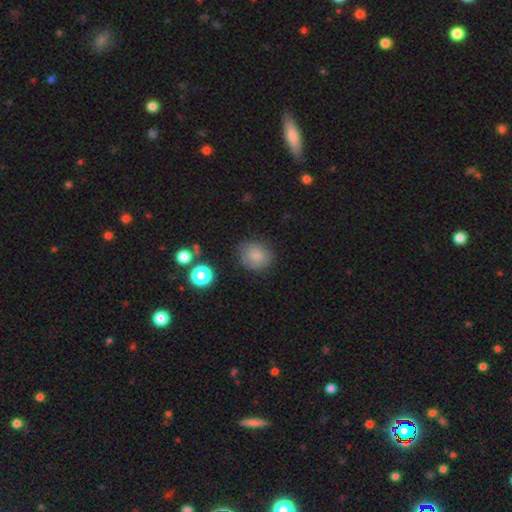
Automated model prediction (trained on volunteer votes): This is clearly a smooth galaxy (82%). How rounded: likely round (75%). Merging: likely none (78%).